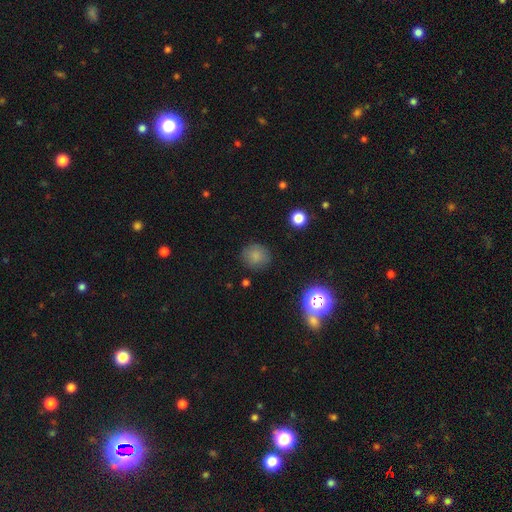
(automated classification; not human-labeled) Smooth or featured? smooth (81%)
How rounded? round (89%)
Merging? none (86%)